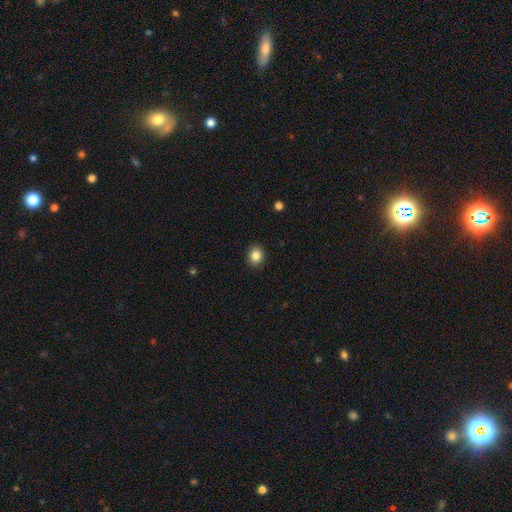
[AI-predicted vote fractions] Q: Smooth or featured?
A: smooth (85%); runner-up: star or artifact (10%)
Q: How rounded?
A: round (68%); runner-up: in between (31%)
Q: Merging?
A: none (91%); runner-up: minor disturbance (6%)